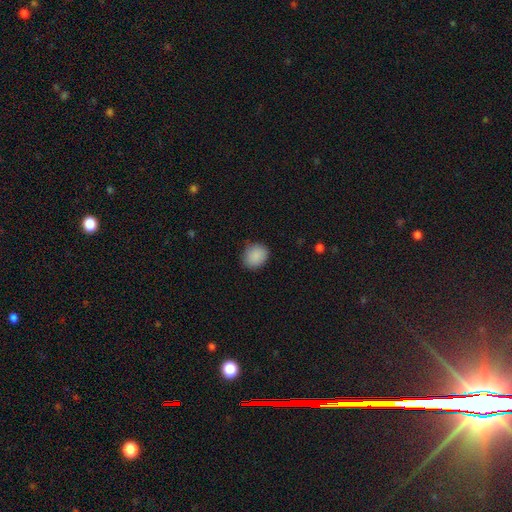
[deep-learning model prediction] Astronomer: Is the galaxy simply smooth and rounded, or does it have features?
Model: smooth — 89%.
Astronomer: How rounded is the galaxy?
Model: round — 59% (runner-up: in between, 40%).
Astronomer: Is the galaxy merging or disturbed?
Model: none — 80%.